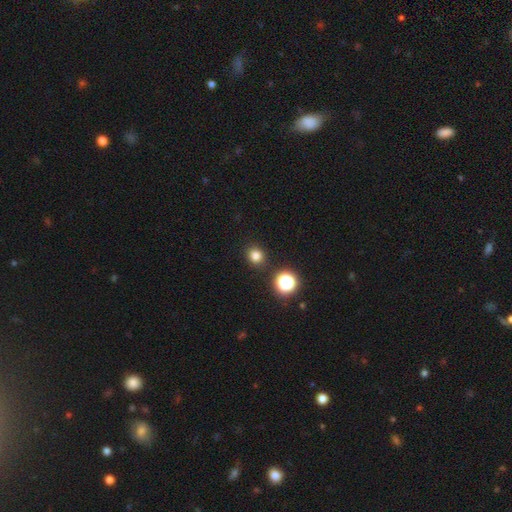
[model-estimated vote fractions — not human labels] The model was most divided on "smooth or featured": smooth: 79%, star or artifact: 16%, featured or disk: 5%. More confident: merging — none (89%); how rounded — round (85%).